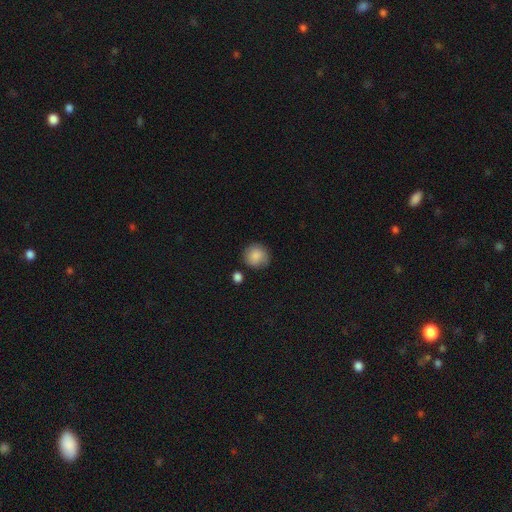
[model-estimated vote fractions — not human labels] A smooth galaxy with no disk features (86%) that is round (90%). Merging: none (77%).